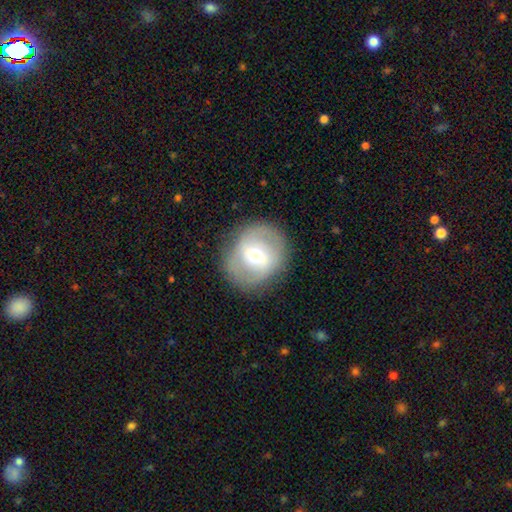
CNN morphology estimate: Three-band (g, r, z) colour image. It shows a featured or disk galaxy (53%) with a weak bar (42%), spiral arms (54%) and a moderate central bulge (71%). Merging: none (81%).